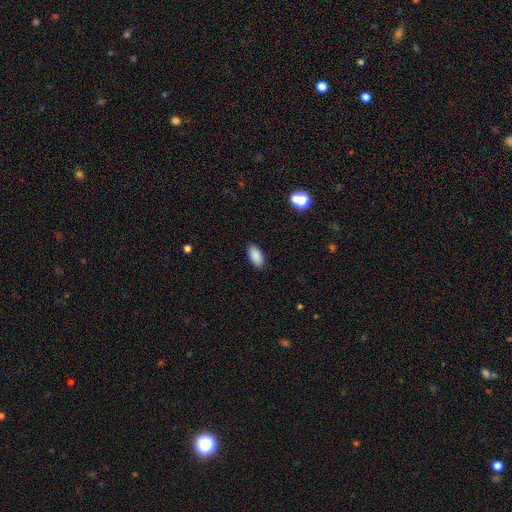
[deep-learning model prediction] A smooth galaxy with no disk features (89%) that is in between round and cigar-shaped (93%).

Vote fractions:
- Smooth or featured? smooth: 89% / star or artifact: 8% / featured or disk: 3%
- How rounded? in between: 93% / cigar-shaped: 4% / round: 3%
- Merging? none: 89% / minor disturbance: 8% / major disturbance: 2% / merger: 1%